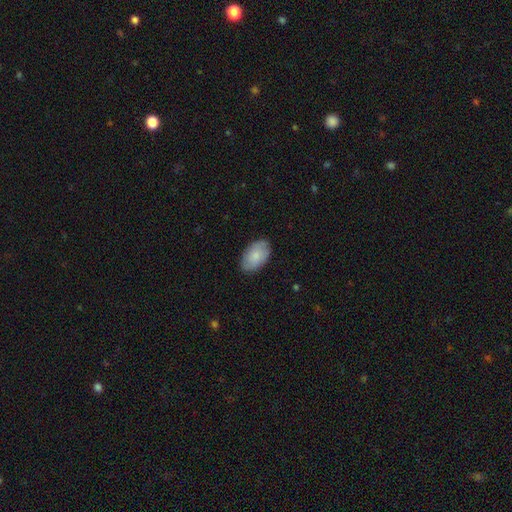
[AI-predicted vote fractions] Morphology: type=smooth (80%); roundness=in between (93%); merging=none (85%).